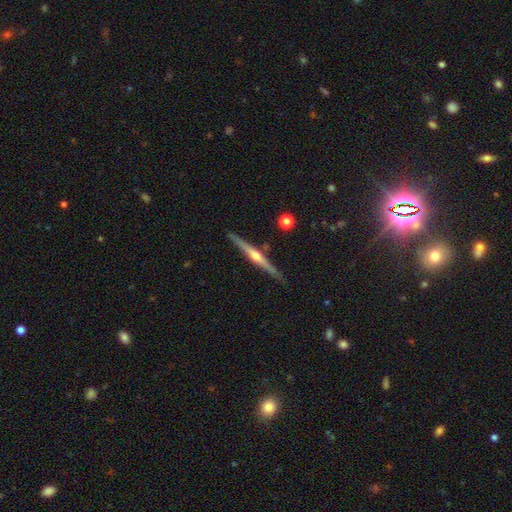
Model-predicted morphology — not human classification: smooth_or_featured: featured or disk (p=0.78) [alt: smooth p=0.17]
disk_edge_on: yes (p=0.98) [alt: no p=0.02]
edge_on_bulge: rounded (p=0.87) [alt: none p=0.09]
merging: none (p=0.87) [alt: minor disturbance p=0.09]